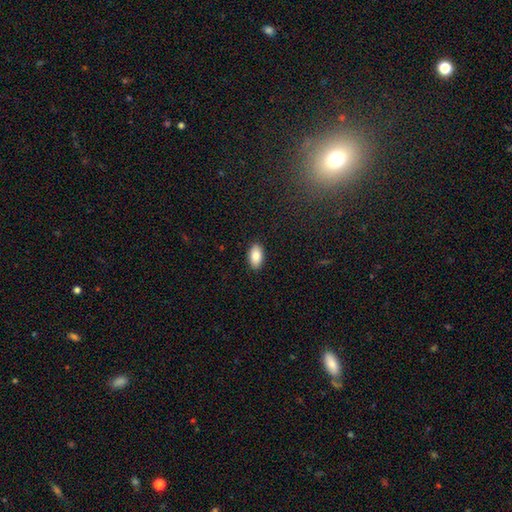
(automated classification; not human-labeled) Smooth or featured: smooth — 85% (featured or disk — 8%)
How rounded: in between — 94% (round — 4%)
Merging: none — 90% (minor disturbance — 8%)